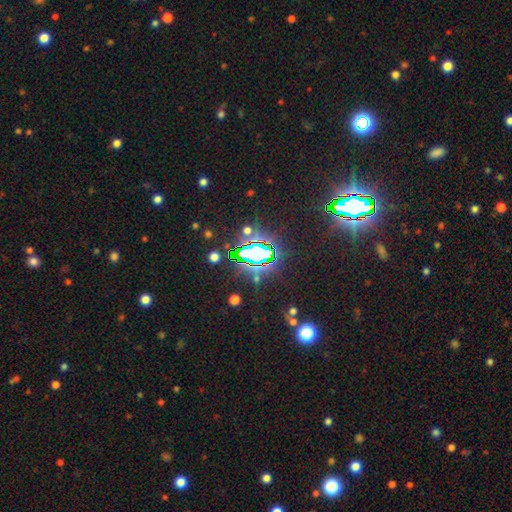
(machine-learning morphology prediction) A star or artifact, not a galaxy (71%).

Vote fractions:
- Smooth or featured? star or artifact: 71% / smooth: 18% / featured or disk: 11%